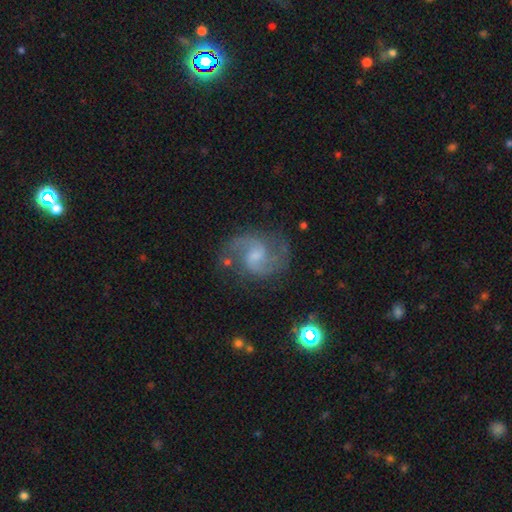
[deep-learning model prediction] A featured or disk galaxy (86%) with a weak bar (58%), 2 (91%) medium (58%) spiral arms (97%) and a small central bulge (42%). Merging: none (73%).